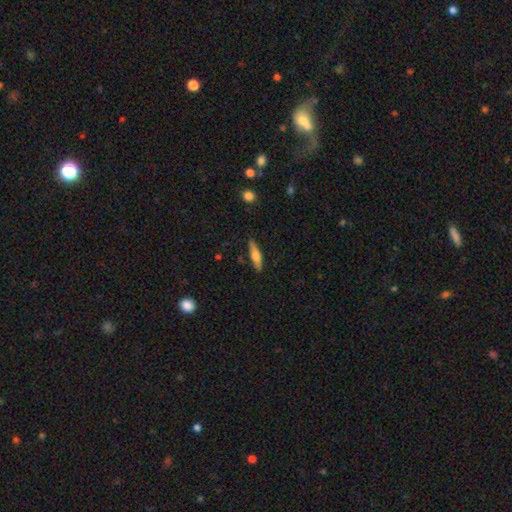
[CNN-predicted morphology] type=smooth (50%); merging=none (86%).